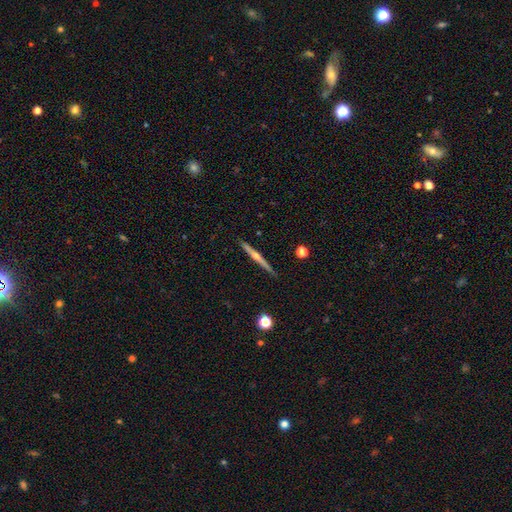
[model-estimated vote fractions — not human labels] smooth-or-featured: featured or disk: 74% | smooth: 20% | star or artifact: 6%
  disk-edge-on: yes: 98% | no: 2%
    edge-on-bulge: rounded: 84% | none: 12% | boxy: 4%
  merging: none: 91% | minor disturbance: 7% | merger: 1% | major disturbance: 1%